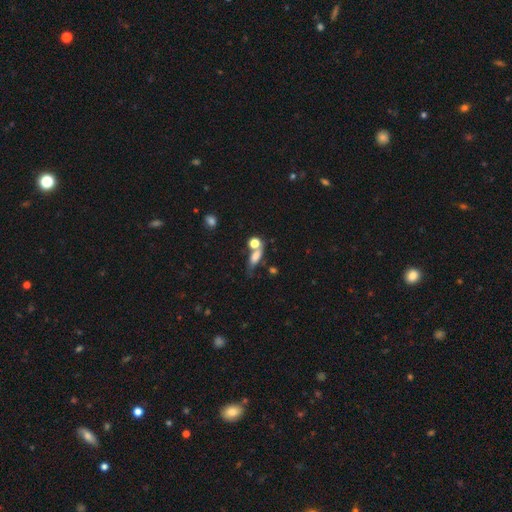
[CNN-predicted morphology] Smooth or featured?
  - smooth: 70% *
  - featured or disk: 16%
  - star or artifact: 14%
How rounded?
  - in between: 60% *
  - cigar-shaped: 22%
  - round: 18%
Merging?
  - none: 38% *
  - merger: 31%
  - minor disturbance: 18%
  - major disturbance: 14%